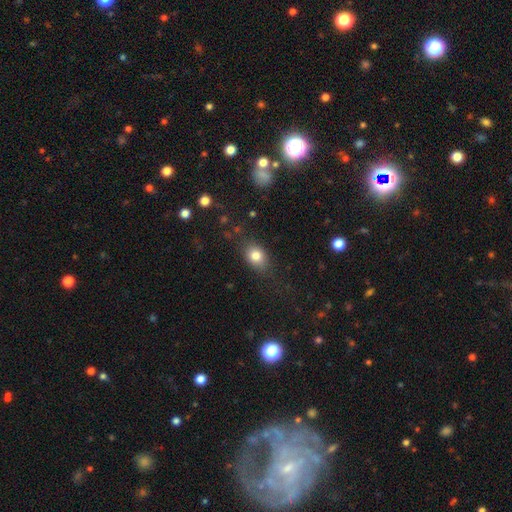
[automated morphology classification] This appears to be a smooth galaxy with no disk features (80%) that is in between round and cigar-shaped (63%). Merging: none (73%).